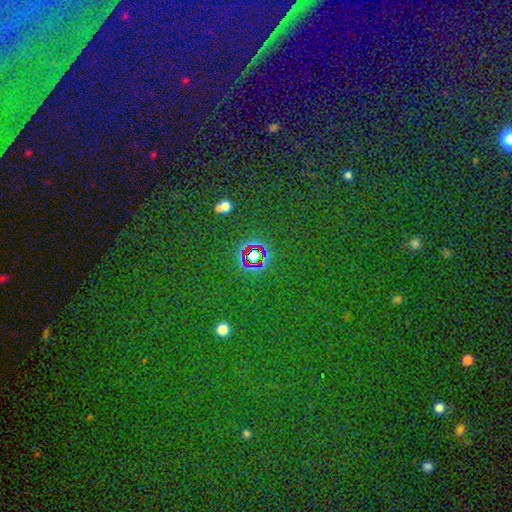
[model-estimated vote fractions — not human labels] Smooth or featured? star or artifact (77%)